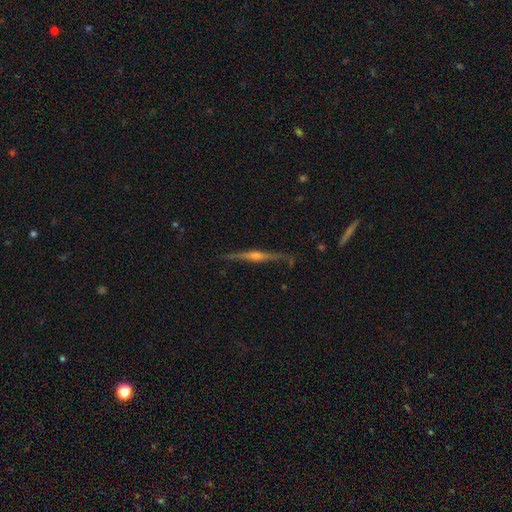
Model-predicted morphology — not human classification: Smooth or featured? Predicted: featured or disk (p=0.83). Edge-on disk? Predicted: yes (p=0.98). Edge-on bulge? Predicted: rounded (p=0.85). Merging? Predicted: none (p=0.85).